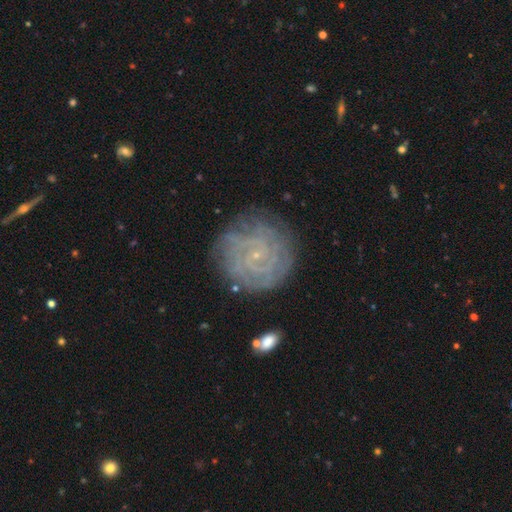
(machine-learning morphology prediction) This is clearly a featured or disk galaxy (82%). It is clearly not viewed edge-on (98%). Bar: likely no (65%). Spiral arm pattern: clearly yes (95%). Spiral arm count: marginally can't tell (32%). Spiral winding: clearly tight (82%). Central bulge: clearly small (87%). Merging: clearly none (81%).